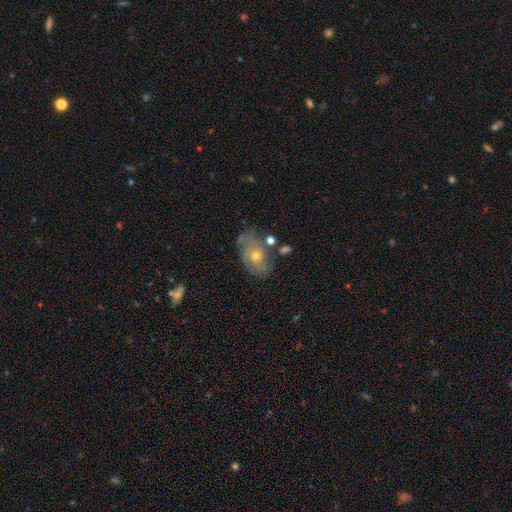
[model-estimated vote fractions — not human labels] smooth-or-featured: featured or disk: 62% | smooth: 28% | star or artifact: 10%
  disk-edge-on: no: 95% | yes: 5%
    bar: no: 81% | weak: 16% | strong: 3%
    has-spiral-arms: yes: 73% | no: 27%
    bulge-size: moderate: 53% | small: 42% | large: 2% | none: 2% | dominant: 1%
  merging: none: 62% | minor disturbance: 22% | major disturbance: 9% | merger: 7%